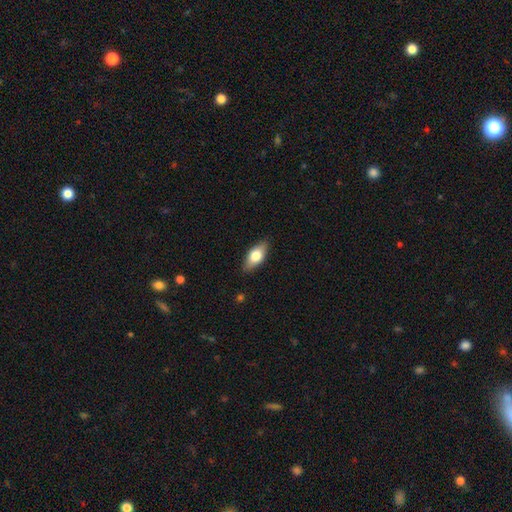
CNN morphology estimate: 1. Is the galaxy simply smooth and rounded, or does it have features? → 69% smooth, 24% featured or disk, 7% star or artifact.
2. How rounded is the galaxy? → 84% in between, 11% cigar-shaped, 4% round.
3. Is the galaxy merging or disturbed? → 86% none, 11% minor disturbance, 2% major disturbance, 1% merger.